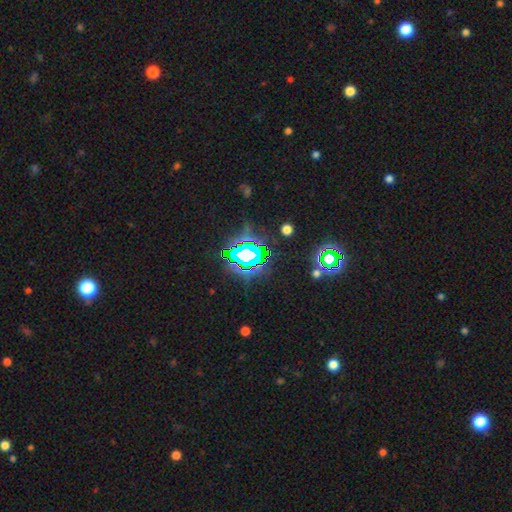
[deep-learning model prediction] smooth_or_featured: star or artifact (p=0.79) [alt: smooth p=0.12]